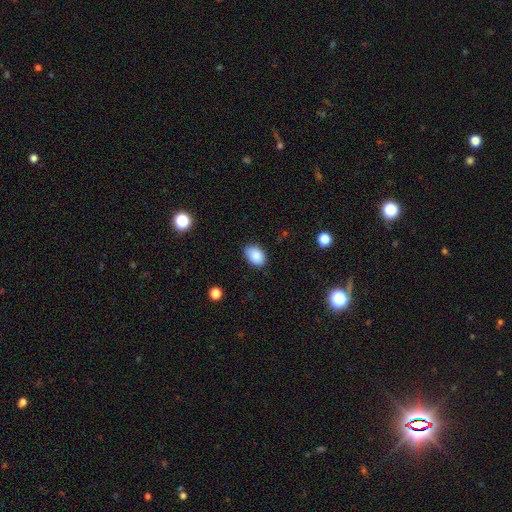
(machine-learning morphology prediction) smooth-or-featured: smooth: 88% | star or artifact: 8% | featured or disk: 4%
  how-rounded: in between: 87% | round: 12% | cigar-shaped: 1%
  merging: none: 82% | minor disturbance: 14% | major disturbance: 3% | merger: 1%